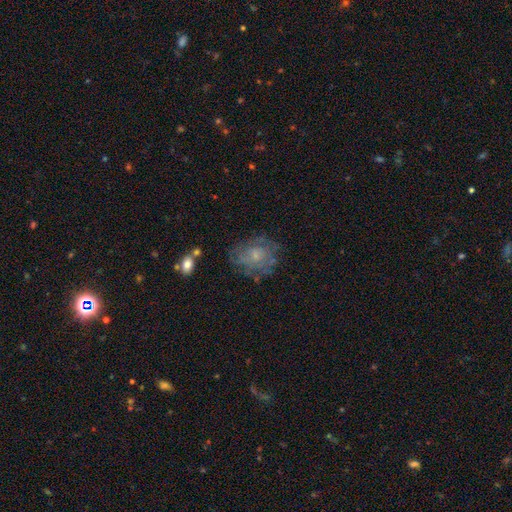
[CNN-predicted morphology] Smooth or featured?
  - featured or disk: 50% *
  - smooth: 39%
  - star or artifact: 11%
Edge-on disk?
  - no: 97% *
  - yes: 3%
Merging?
  - none: 64% *
  - minor disturbance: 21%
  - major disturbance: 12%
  - merger: 2%